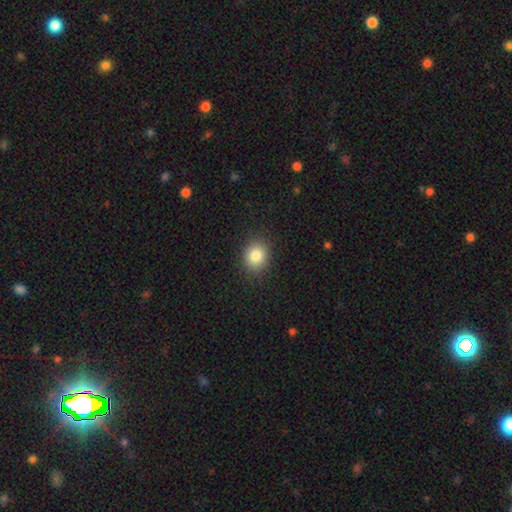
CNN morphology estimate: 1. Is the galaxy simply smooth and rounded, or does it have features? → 83% smooth, 10% star or artifact, 6% featured or disk.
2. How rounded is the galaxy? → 66% round, 33% in between, 1% cigar-shaped.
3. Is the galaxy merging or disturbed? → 88% none, 8% minor disturbance, 2% major disturbance, 1% merger.